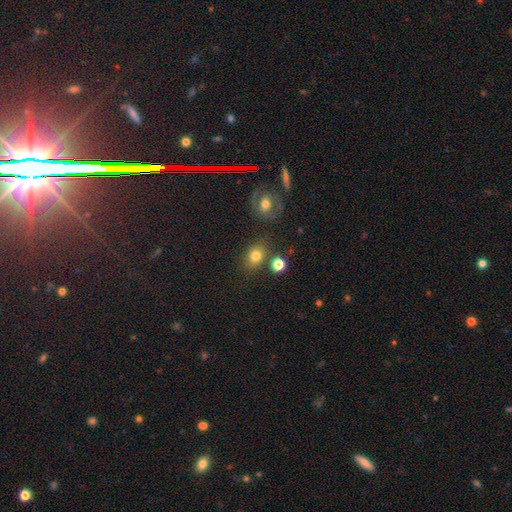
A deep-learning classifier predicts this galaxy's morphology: This is likely a smooth galaxy (77%). How rounded: possibly in between (52%). Merging: likely none (72%).